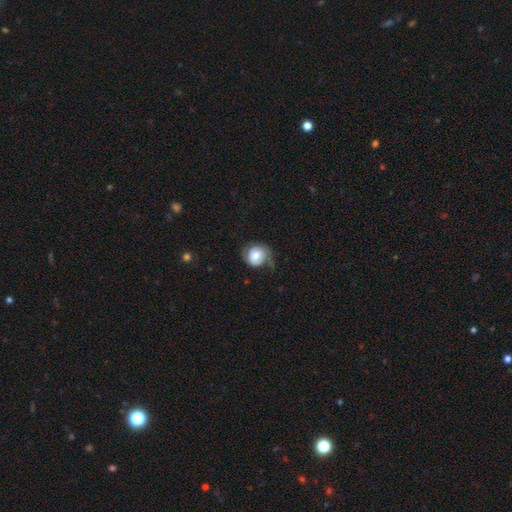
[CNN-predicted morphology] A smooth galaxy with no disk features (53%) that is round (81%).

Vote fractions:
- Smooth or featured? smooth: 53% / featured or disk: 40% / star or artifact: 8%
- How rounded? round: 81% / in between: 18% / cigar-shaped: 1%
- Merging? none: 52% / minor disturbance: 27% / major disturbance: 19% / merger: 2%